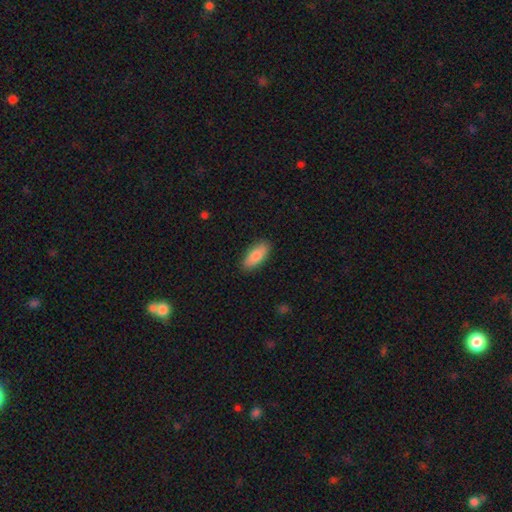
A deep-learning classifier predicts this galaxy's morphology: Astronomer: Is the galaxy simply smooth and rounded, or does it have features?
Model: smooth — 85%.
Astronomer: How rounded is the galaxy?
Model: in between — 79%.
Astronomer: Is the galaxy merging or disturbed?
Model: none — 88%.